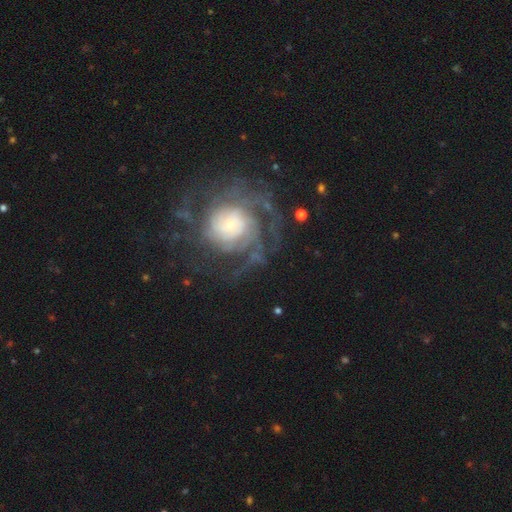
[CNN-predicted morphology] This appears to be a featured or disk galaxy (80%) with no bar (75%), tight (58%) spiral arms (93%) and a moderate central bulge (31%). Merging: none (69%).